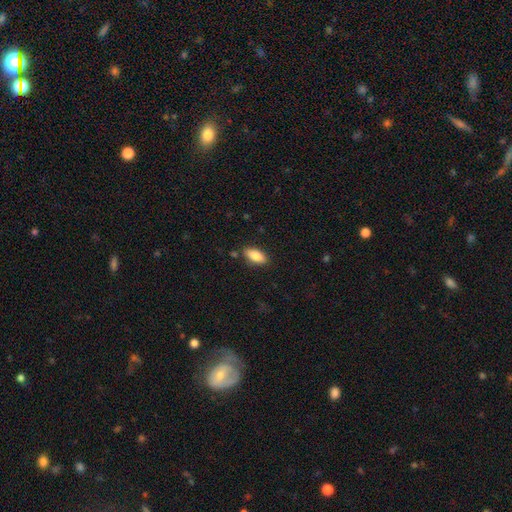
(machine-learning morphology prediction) This is clearly a smooth galaxy (82%). How rounded: clearly in between (85%). Merging: clearly none (84%).